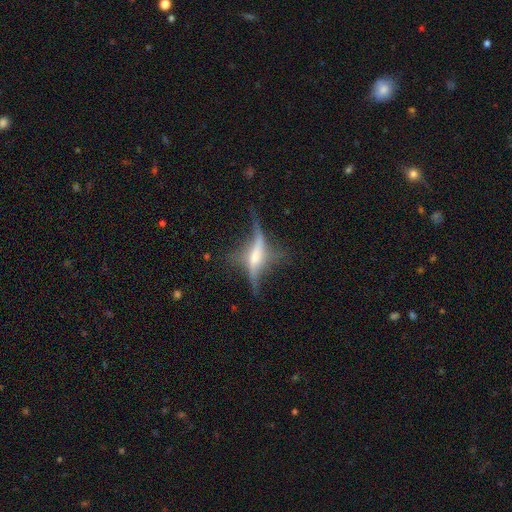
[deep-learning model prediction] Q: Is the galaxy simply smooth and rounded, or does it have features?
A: featured or disk — 75%.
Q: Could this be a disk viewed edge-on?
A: yes — 67%.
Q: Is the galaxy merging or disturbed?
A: none — 47%.